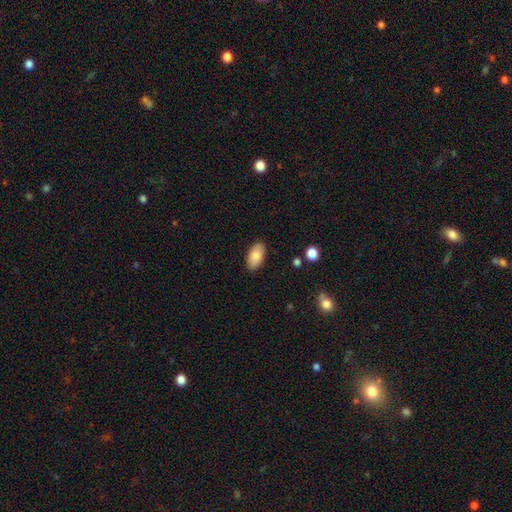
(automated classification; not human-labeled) Overall: smooth (83%). How rounded: in between (94%). Merging: none (88%).